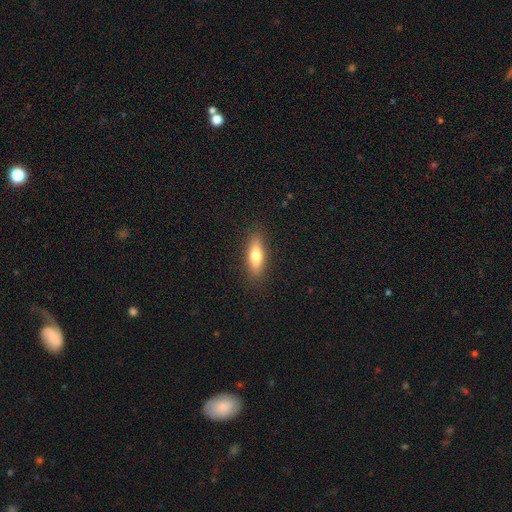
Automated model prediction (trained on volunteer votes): Morphology: type=smooth (71%); roundness=cigar-shaped (49%); merging=none (88%).